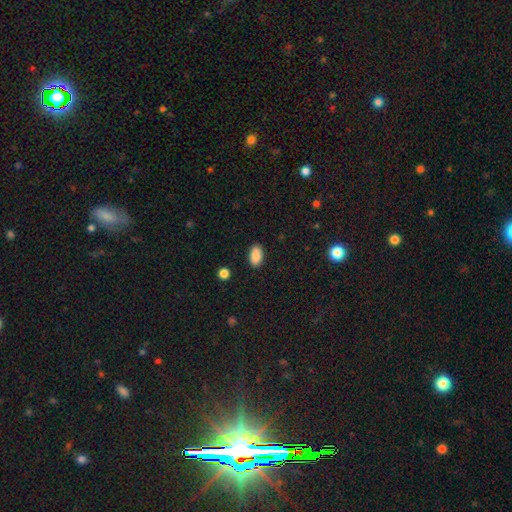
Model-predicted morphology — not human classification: This appears to be a smooth galaxy with no disk features (89%) that is in between round and cigar-shaped (93%). Merging: none (89%).